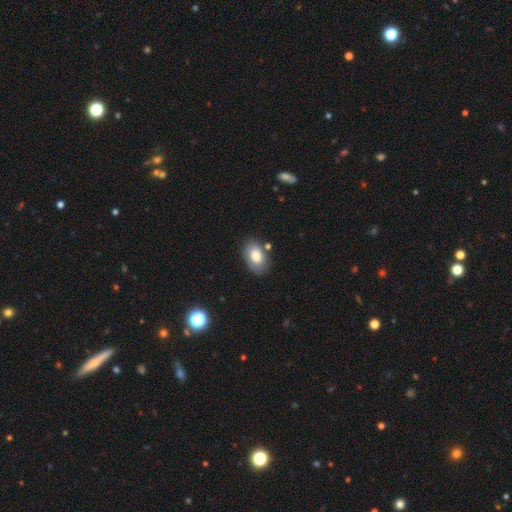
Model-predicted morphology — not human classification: smooth 78%, featured or disk 15%, star or artifact 7%. Down the decision tree: how rounded — in between (89%); merging — none (73%).